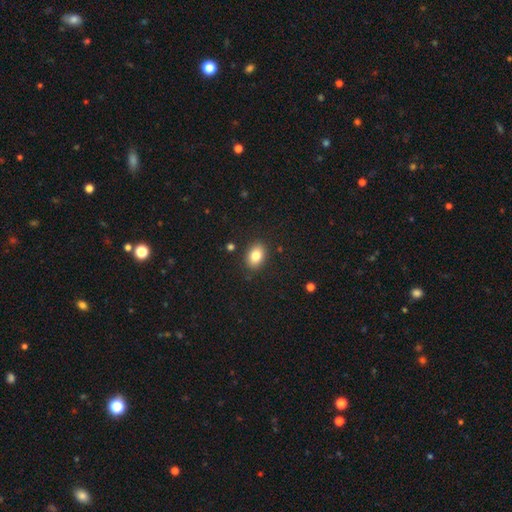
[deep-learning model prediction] Smooth or featured?
  - smooth: 82% *
  - featured or disk: 9%
  - star or artifact: 9%
How rounded?
  - in between: 79% *
  - round: 20%
  - cigar-shaped: 1%
Merging?
  - none: 87% *
  - minor disturbance: 9%
  - major disturbance: 2%
  - merger: 2%